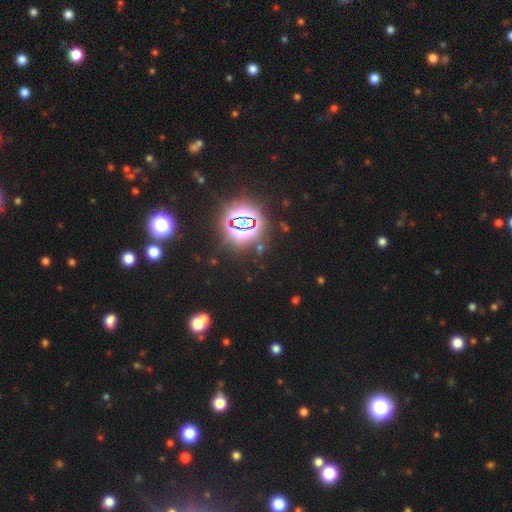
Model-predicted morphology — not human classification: This is likely a star or artifact rather than a galaxy (76%).